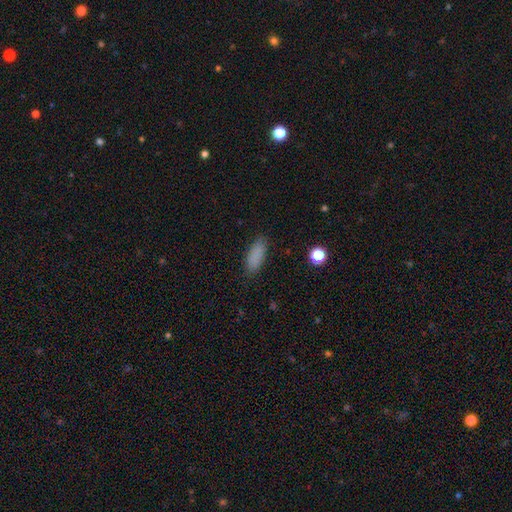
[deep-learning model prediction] This appears to be a smooth galaxy with no disk features (86%) that is in between round and cigar-shaped (69%). Merging: none (84%).